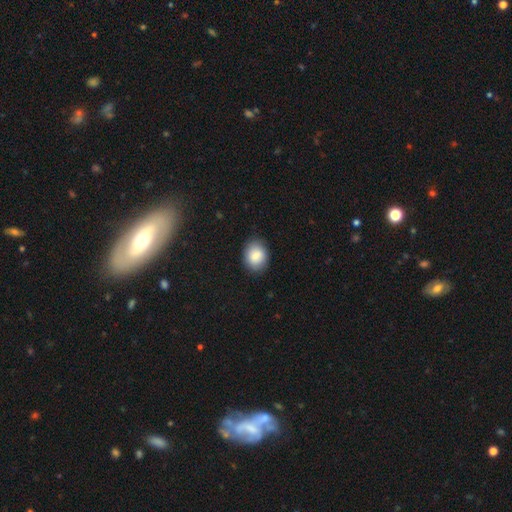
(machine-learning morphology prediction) Smooth or featured? Predicted: smooth (p=0.86). How rounded? Predicted: in between (p=0.52). Merging? Predicted: none (p=0.86).